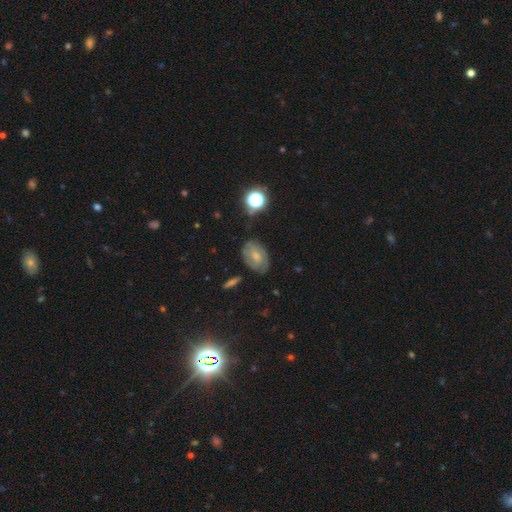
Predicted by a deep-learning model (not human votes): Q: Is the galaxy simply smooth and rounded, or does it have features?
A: featured or disk — 61%.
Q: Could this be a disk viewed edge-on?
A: no — 96%.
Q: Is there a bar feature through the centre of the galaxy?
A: no — 45%.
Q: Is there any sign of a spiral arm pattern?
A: yes — 84%.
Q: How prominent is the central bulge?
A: small — 42%.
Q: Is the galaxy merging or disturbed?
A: none — 71%.